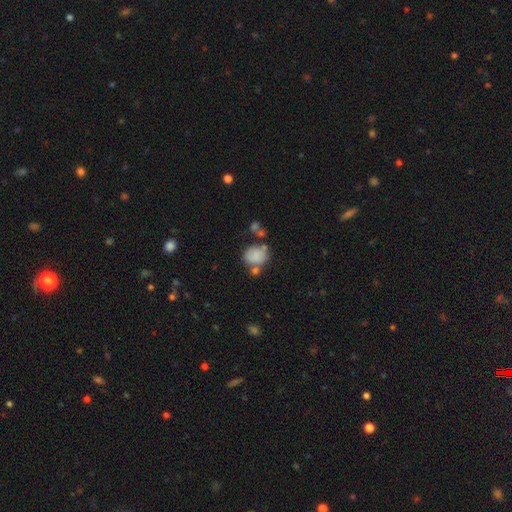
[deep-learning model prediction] smooth_or_featured: smooth (p=0.79) [alt: featured or disk p=0.12]
how_rounded: round (p=0.63) [alt: in between p=0.36]
merging: none (p=0.49) [alt: merger p=0.25]